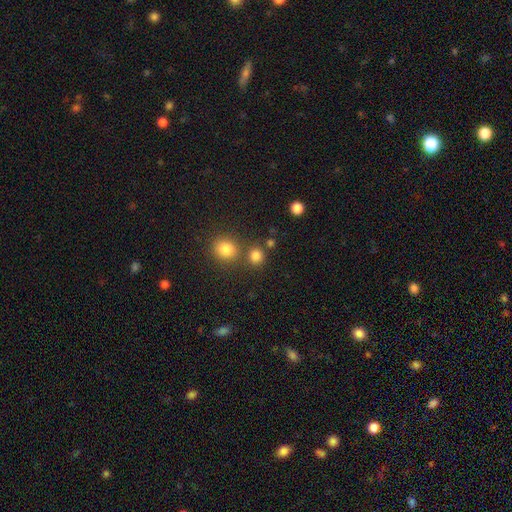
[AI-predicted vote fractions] A smooth galaxy with no disk features (81%) that is round (87%).

Vote fractions:
- Smooth or featured? smooth: 81% / star or artifact: 14% / featured or disk: 5%
- How rounded? round: 87% / in between: 12% / cigar-shaped: 1%
- Merging? none: 74% / merger: 16% / minor disturbance: 7% / major disturbance: 3%